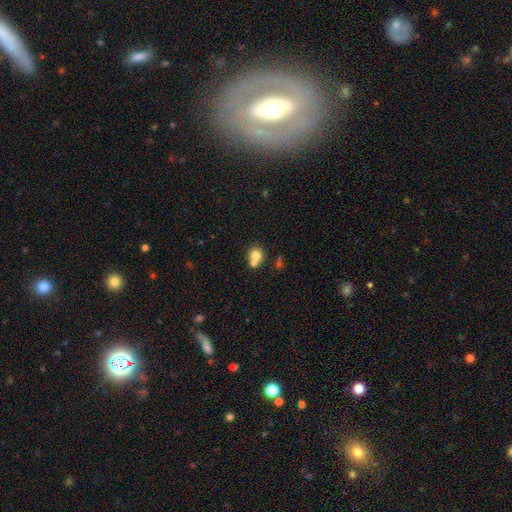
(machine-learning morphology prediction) Overall: smooth (76%). How rounded: round (82%). Merging: merger (48%; none 43%).